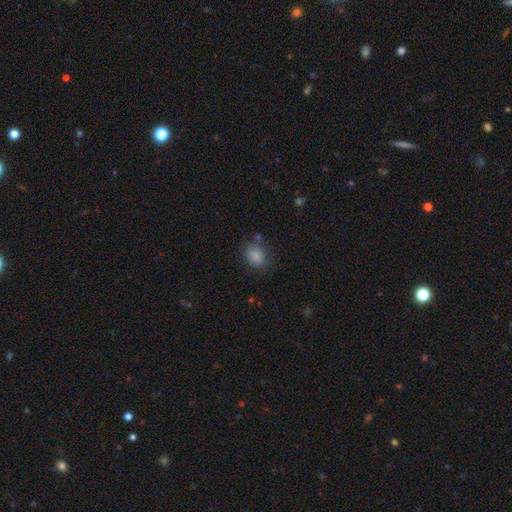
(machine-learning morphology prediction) A smooth galaxy with no disk features (85%) that is in between round and cigar-shaped (65%).

Vote fractions:
- Smooth or featured? smooth: 85% / star or artifact: 9% / featured or disk: 5%
- How rounded? in between: 65% / round: 34% / cigar-shaped: 1%
- Merging? none: 76% / minor disturbance: 16% / major disturbance: 5% / merger: 4%